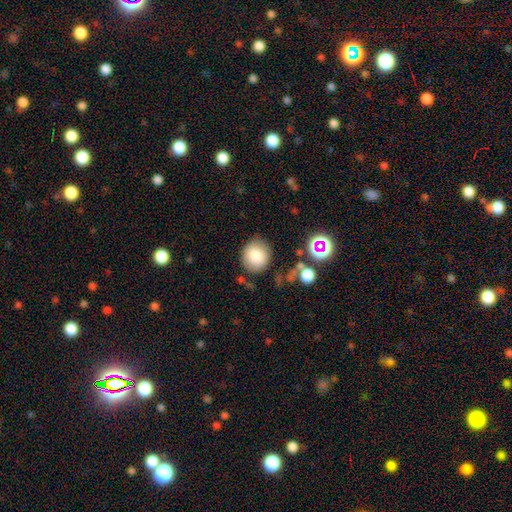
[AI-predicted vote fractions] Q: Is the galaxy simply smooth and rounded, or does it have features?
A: smooth — 82%.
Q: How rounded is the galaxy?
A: round — 83%.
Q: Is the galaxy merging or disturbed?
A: none — 79%.